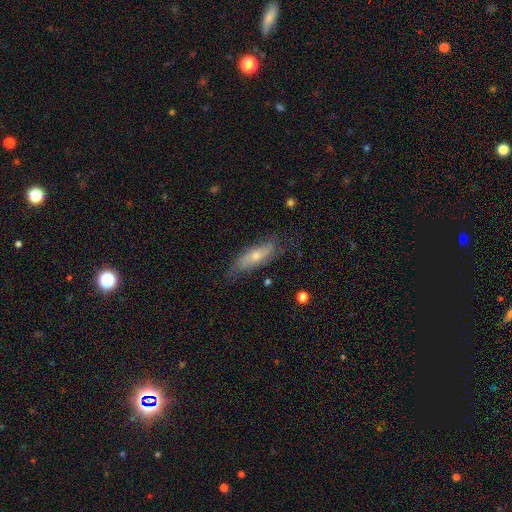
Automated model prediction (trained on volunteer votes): Smooth or featured? Predicted: featured or disk (p=0.49). Merging? Predicted: none (p=0.64).